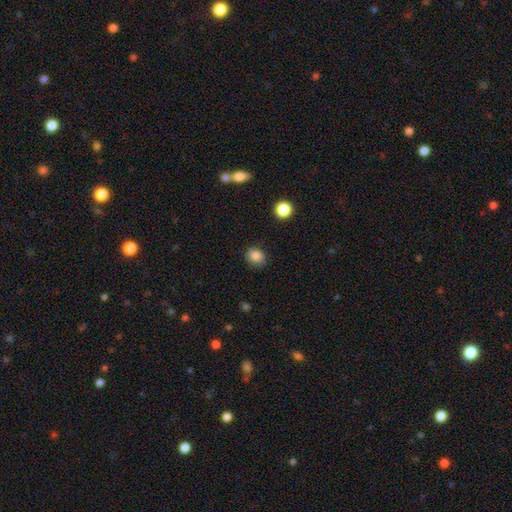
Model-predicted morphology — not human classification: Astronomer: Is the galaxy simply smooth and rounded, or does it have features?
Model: smooth — 83%.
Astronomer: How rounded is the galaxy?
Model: round — 71%.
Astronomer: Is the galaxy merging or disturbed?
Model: none — 83%.